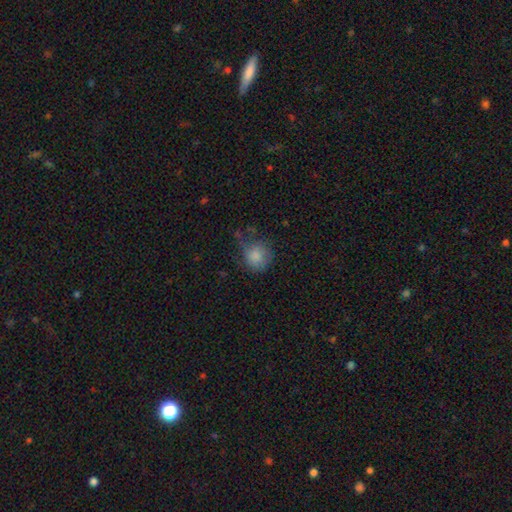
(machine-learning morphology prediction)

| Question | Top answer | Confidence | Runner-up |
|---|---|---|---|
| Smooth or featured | smooth | 81% | featured or disk (11%) |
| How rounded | round | 85% | in between (14%) |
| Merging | none | 46% | minor disturbance (31%) |